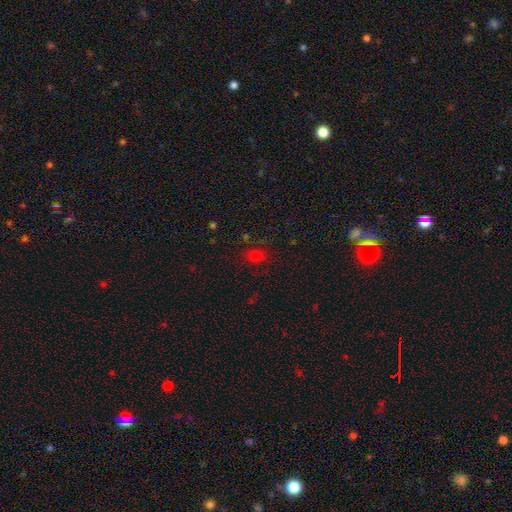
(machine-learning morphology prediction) smooth 71%, star or artifact 23%, featured or disk 6%. Down the decision tree: how rounded — round (64%); merging — none (79%).